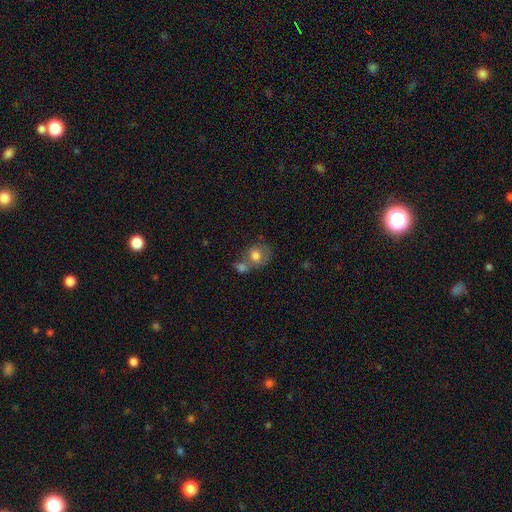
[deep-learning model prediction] Smooth or featured? Predicted: smooth (p=0.74). How rounded? Predicted: round (p=0.71). Merging? Predicted: merger (p=0.46).